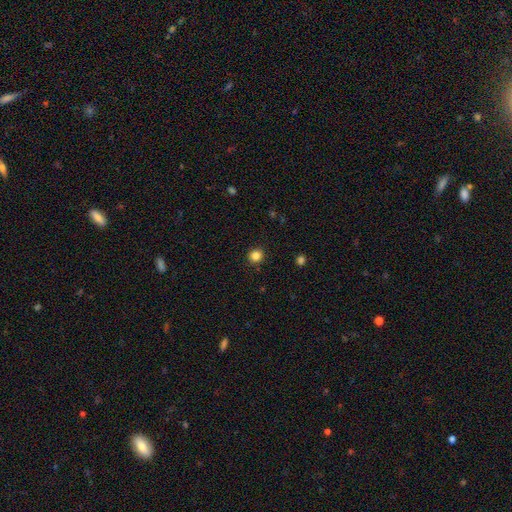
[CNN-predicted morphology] smooth-or-featured: smooth: 85% | star or artifact: 11% | featured or disk: 3%
  how-rounded: round: 91% | in between: 8% | cigar-shaped: 1%
  merging: none: 91% | minor disturbance: 6% | major disturbance: 2% | merger: 1%